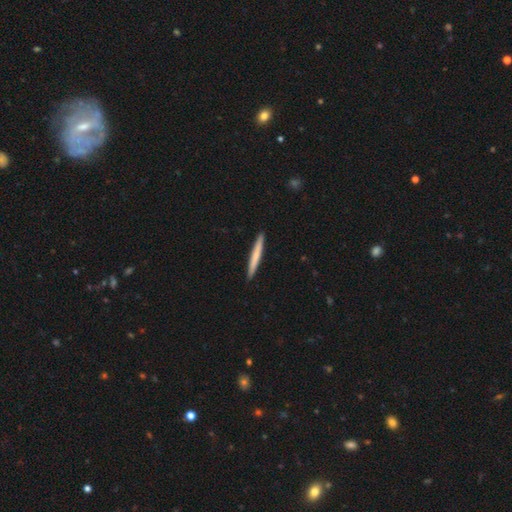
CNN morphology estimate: A smooth galaxy with no disk features (68%) that is cigar-shaped (97%). Merging: none (93%).